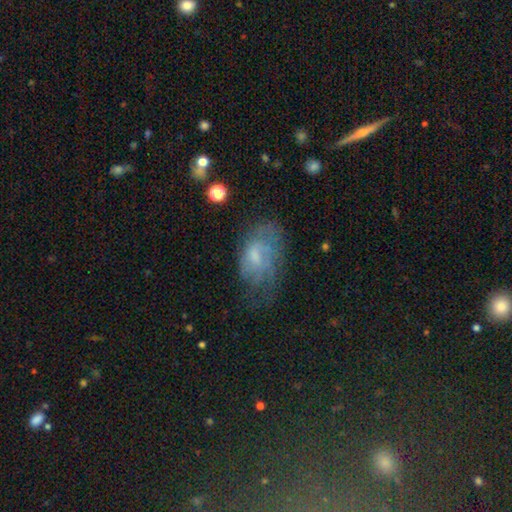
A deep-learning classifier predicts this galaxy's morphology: smooth_or_featured: featured or disk (p=0.53) [alt: smooth p=0.34]
disk_edge_on: no (p=0.95) [alt: yes p=0.05]
bar: no (p=0.58) [alt: weak p=0.37]
has_spiral_arms: yes (p=0.73) [alt: no p=0.27]
bulge_size: small (p=0.44) [alt: moderate p=0.35]
merging: none (p=0.50) [alt: minor disturbance p=0.27]